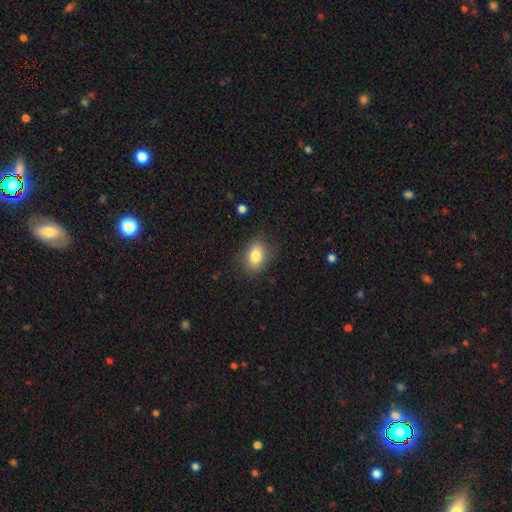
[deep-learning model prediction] smooth_or_featured: smooth (p=0.82) [alt: featured or disk p=0.09]
how_rounded: in between (p=0.78) [alt: round p=0.20]
merging: none (p=0.83) [alt: minor disturbance p=0.12]